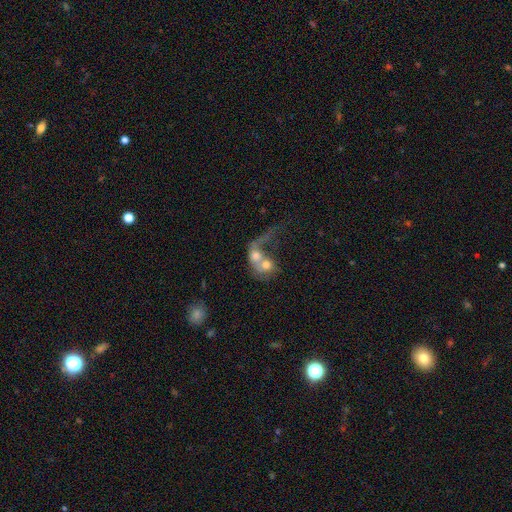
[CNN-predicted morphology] Smooth or featured: smooth — 51% (featured or disk — 40%)
How rounded: round — 50% (in between — 47%)
Merging: merger — 77% (major disturbance — 12%)